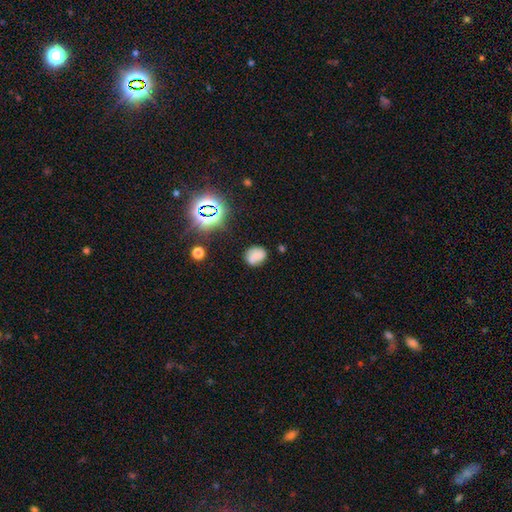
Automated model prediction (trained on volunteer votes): smooth 62%, featured or disk 21%, star or artifact 16%. Down the decision tree: how rounded — round (52%); merging — none (67%).